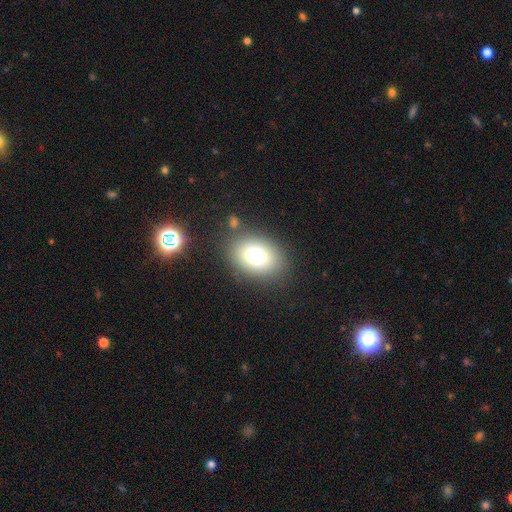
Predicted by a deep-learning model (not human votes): smooth 80%, featured or disk 10%, star or artifact 10%. Down the decision tree: how rounded — in between (78%); merging — none (81%).